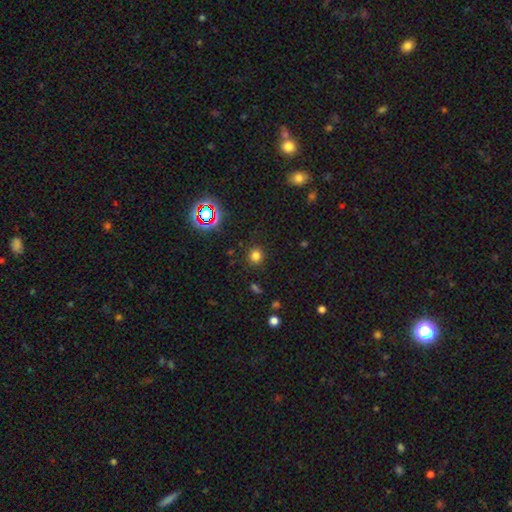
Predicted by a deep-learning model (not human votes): smooth-or-featured: smooth: 75% | star or artifact: 19% | featured or disk: 5%
  how-rounded: round: 89% | in between: 10% | cigar-shaped: 1%
  merging: none: 88% | minor disturbance: 7% | major disturbance: 3% | merger: 2%